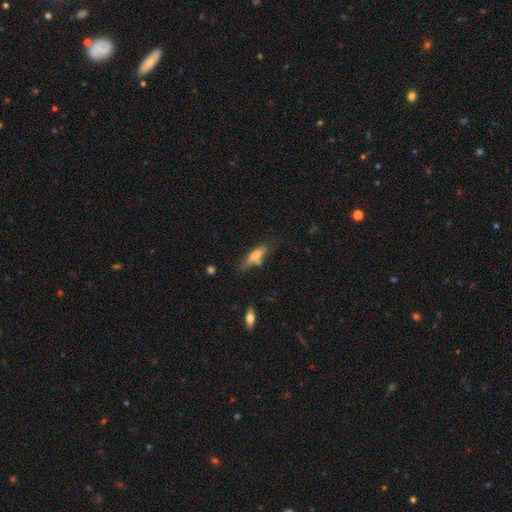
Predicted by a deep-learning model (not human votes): smooth_or_featured: smooth (p=0.70) [alt: featured or disk p=0.23]
how_rounded: in between (p=0.49) [tied with: cigar-shaped p=0.49]
merging: none (p=0.57) [alt: minor disturbance p=0.25]